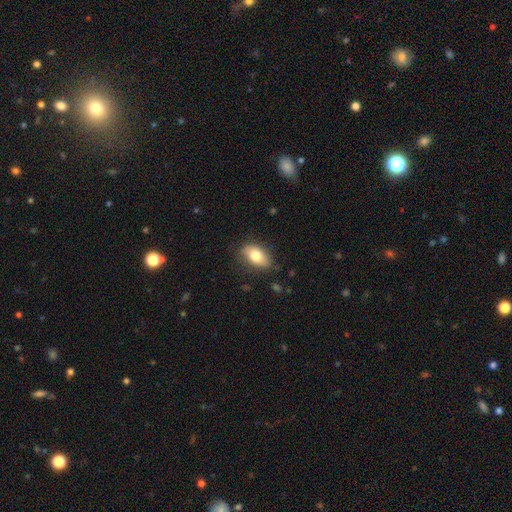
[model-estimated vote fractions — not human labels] This is likely a smooth galaxy (79%). How rounded: clearly in between (91%). Merging: likely none (77%).